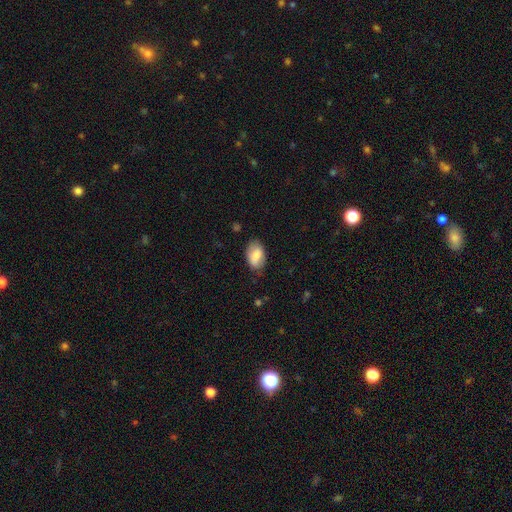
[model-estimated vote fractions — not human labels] Smooth or featured? smooth (79%)
How rounded? in between (92%)
Merging? none (76%)